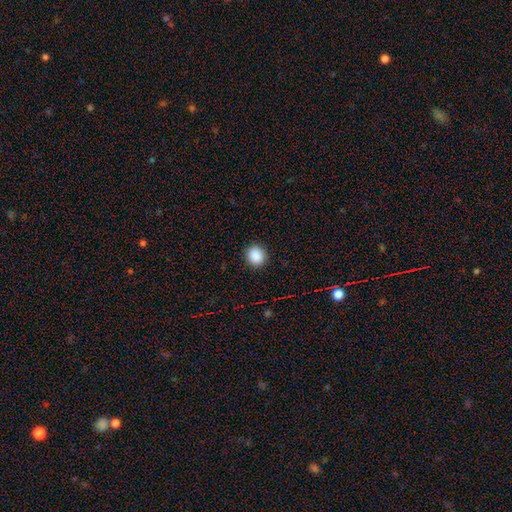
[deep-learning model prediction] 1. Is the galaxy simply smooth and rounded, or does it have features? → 89% smooth, 9% star or artifact, 3% featured or disk.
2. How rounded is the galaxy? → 79% round, 20% in between, 1% cigar-shaped.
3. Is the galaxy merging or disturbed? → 90% none, 7% minor disturbance, 2% major disturbance, 1% merger.